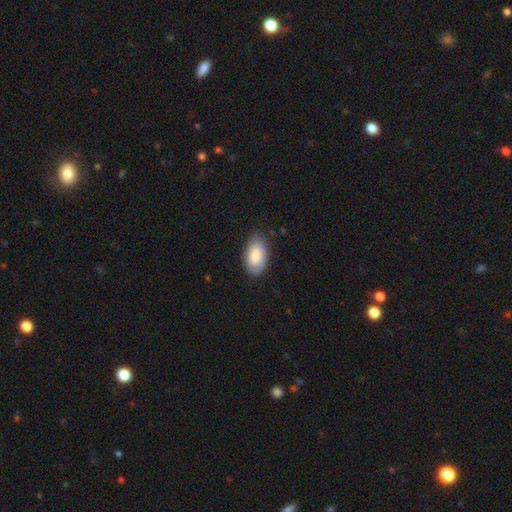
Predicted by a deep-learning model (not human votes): This is clearly a smooth galaxy (83%). How rounded: clearly in between (95%). Merging: likely none (77%).